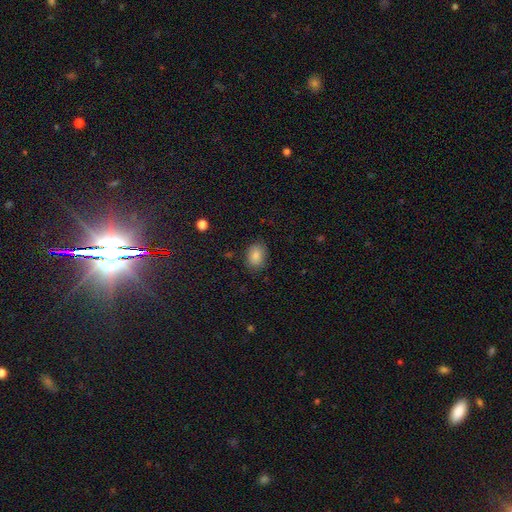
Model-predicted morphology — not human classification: This appears to be a smooth galaxy with no disk features (85%) that is in between round and cigar-shaped (70%). Merging: none (83%).